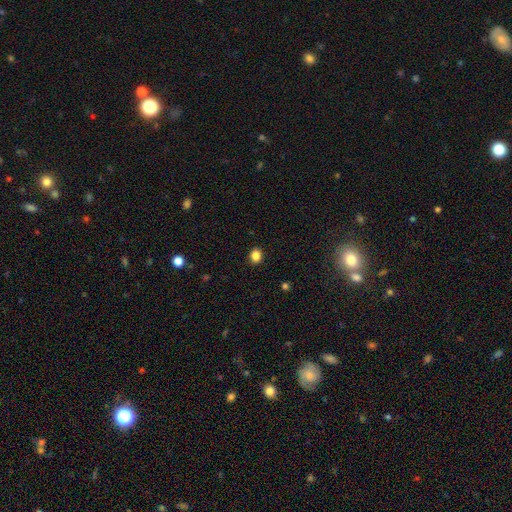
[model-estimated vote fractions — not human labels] smooth 85%, star or artifact 11%, featured or disk 4%. Down the decision tree: how rounded — round (62%); merging — none (90%).